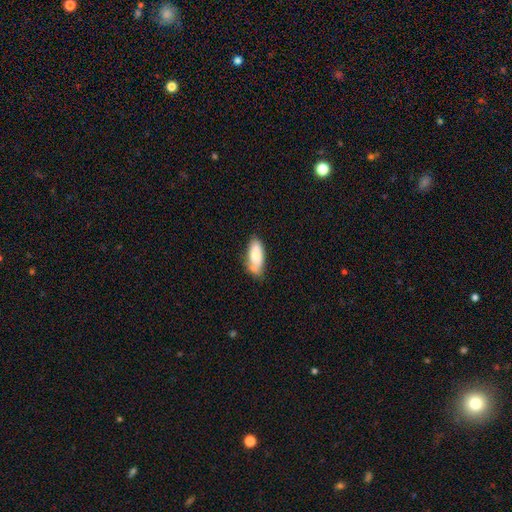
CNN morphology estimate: smooth_or_featured: smooth (p=0.74) [alt: featured or disk p=0.20]
how_rounded: in between (p=0.80) [alt: cigar-shaped p=0.18]
merging: none (p=0.60) [alt: minor disturbance p=0.27]